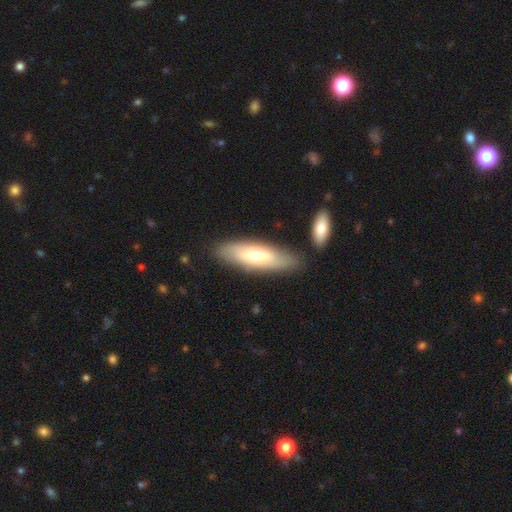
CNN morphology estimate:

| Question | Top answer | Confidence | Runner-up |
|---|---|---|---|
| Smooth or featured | smooth | 54% | featured or disk (40%) |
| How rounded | cigar-shaped | 50% | in between (48%) |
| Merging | none | 79% | minor disturbance (12%) |